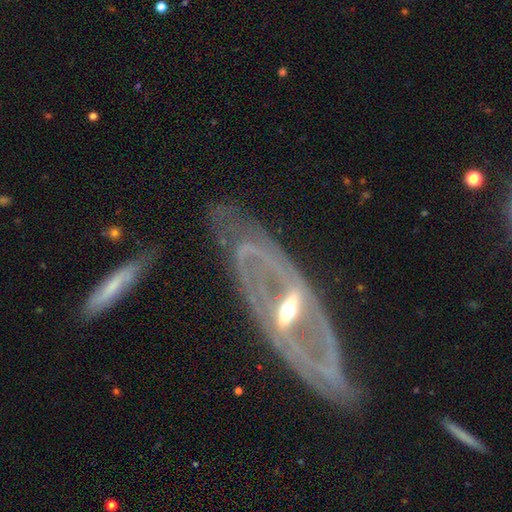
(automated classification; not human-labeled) A featured or disk galaxy (87%) with a strong bar (55%), 2 (60%) tight (46%) spiral arms (84%) and a moderate central bulge (56%). Merging: none (73%).